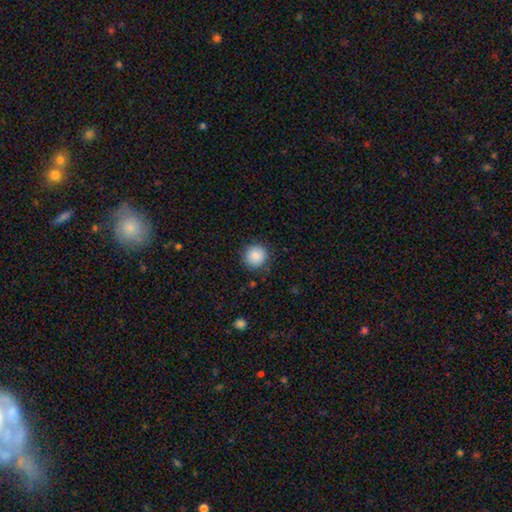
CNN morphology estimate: A smooth galaxy with no disk features (86%) that is round (93%).

Vote fractions:
- Smooth or featured? smooth: 86% / star or artifact: 8% / featured or disk: 5%
- How rounded? round: 93% / in between: 6% / cigar-shaped: 1%
- Merging? none: 85% / minor disturbance: 11% / major disturbance: 3% / merger: 1%